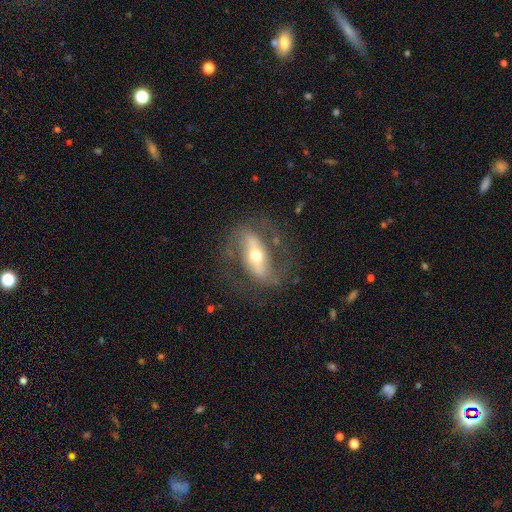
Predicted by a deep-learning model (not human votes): Smooth or featured: featured or disk — 79% (smooth — 15%)
Edge-on disk: no — 88% (yes — 12%)
Bar: strong — 58% (weak — 23%)
Spiral arms: yes — 83% (no — 17%)
Spiral winding: medium — 48% (loose — 29%)
Spiral arm count: 2 — 86% (can't tell — 7%)
Bulge size: moderate — 60% (small — 32%)
Merging: none — 71% (minor disturbance — 15%)